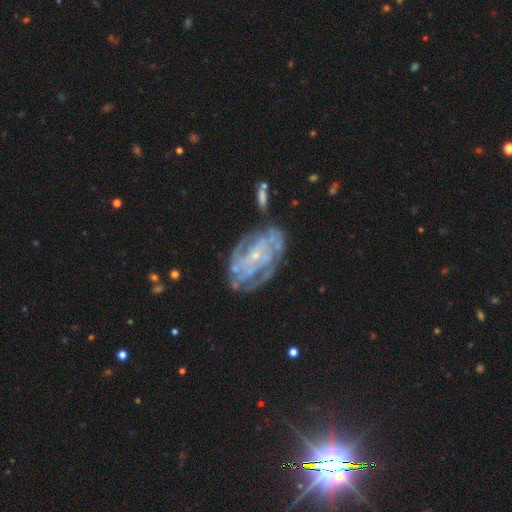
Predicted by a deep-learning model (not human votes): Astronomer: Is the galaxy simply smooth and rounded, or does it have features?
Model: featured or disk — 82%.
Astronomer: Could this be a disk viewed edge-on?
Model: no — 96%.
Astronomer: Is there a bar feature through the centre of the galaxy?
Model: no — 63%.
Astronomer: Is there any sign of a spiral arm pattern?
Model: yes — 88%.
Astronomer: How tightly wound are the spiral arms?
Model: tight — 64%.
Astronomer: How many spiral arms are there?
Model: can't tell — 44%.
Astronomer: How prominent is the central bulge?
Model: small — 81%.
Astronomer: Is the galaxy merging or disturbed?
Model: none — 65%.